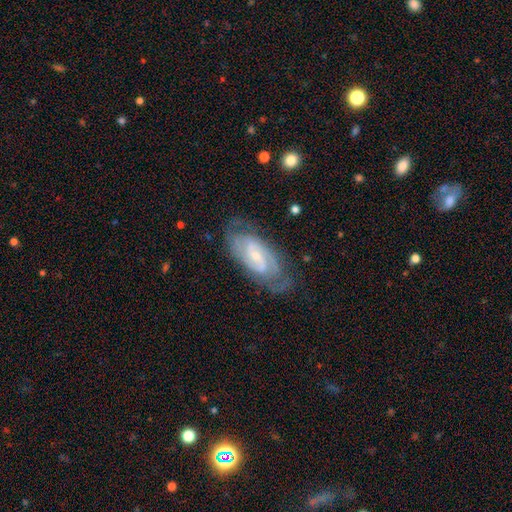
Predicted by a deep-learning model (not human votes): This appears to be a featured or disk galaxy (83%) with a weak bar (47%), 2 (65%) tight (53%) spiral arms (94%) and a small central bulge (71%). Merging: none (73%).